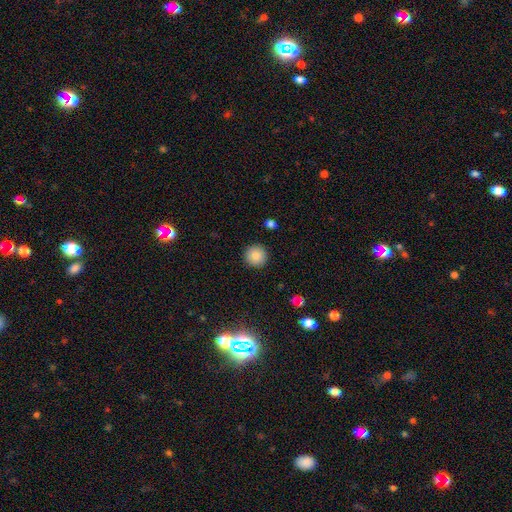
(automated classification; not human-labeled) This is clearly a smooth galaxy (86%). How rounded: clearly round (95%). Merging: clearly none (92%).